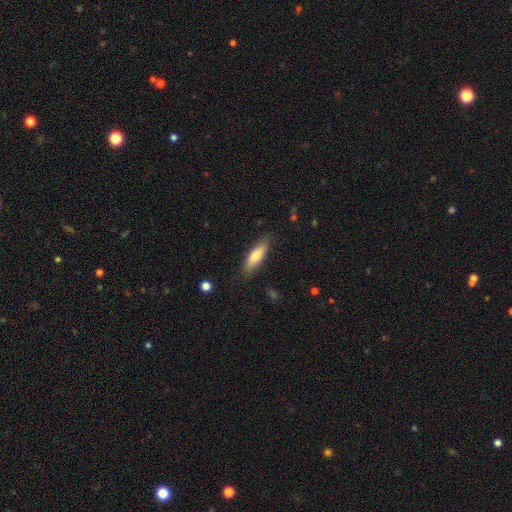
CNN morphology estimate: A smooth galaxy with no disk features (75%) that is cigar-shaped (49%, tied with in between).

Vote fractions:
- Smooth or featured? smooth: 75% / featured or disk: 19% / star or artifact: 6%
- How rounded? cigar-shaped: 49% (tied) / in between: 49% (tied) / round: 2%
- Merging? none: 84% / minor disturbance: 12% / major disturbance: 2% / merger: 1%